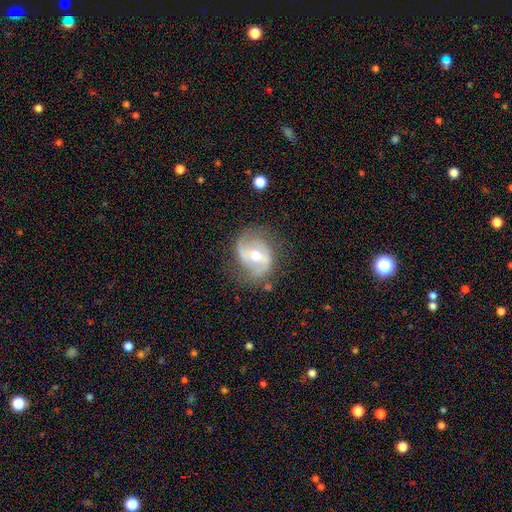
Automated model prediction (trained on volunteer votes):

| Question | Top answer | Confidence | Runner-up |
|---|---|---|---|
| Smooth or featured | featured or disk | 82% | smooth (12%) |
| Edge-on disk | no | 97% | yes (3%) |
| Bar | weak | 44% | strong (31%) |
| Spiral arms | yes | 91% | no (9%) |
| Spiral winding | medium | 47% | loose (35%) |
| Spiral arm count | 2 | 86% | can't tell (6%) |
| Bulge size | moderate | 67% | small (28%) |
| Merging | none | 70% | minor disturbance (19%) |